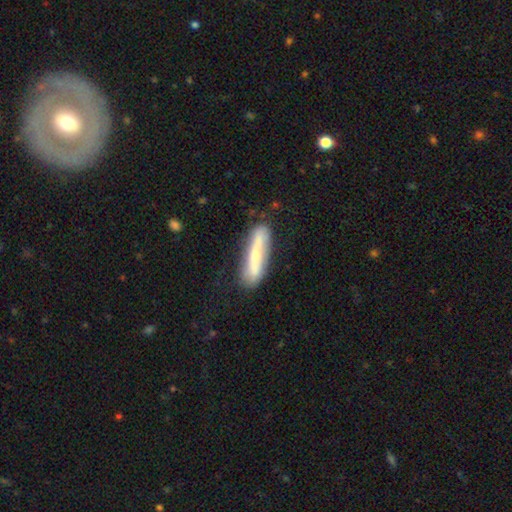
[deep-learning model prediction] Morphology: type=smooth (50%); merging=none (78%).